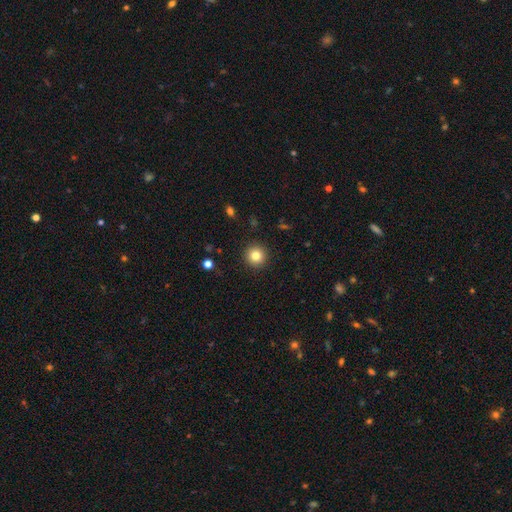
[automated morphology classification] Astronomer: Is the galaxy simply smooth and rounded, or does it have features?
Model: smooth — 82%.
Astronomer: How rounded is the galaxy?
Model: round — 95%.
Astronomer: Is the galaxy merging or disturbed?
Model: none — 92%.